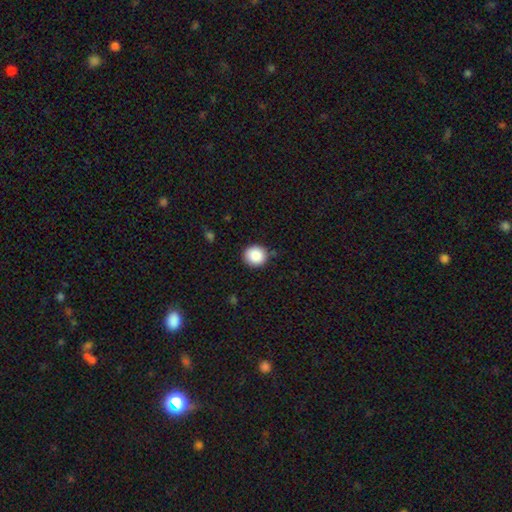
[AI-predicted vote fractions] Smooth or featured? Predicted: smooth (p=0.88). How rounded? Predicted: round (p=0.89). Merging? Predicted: none (p=0.86).